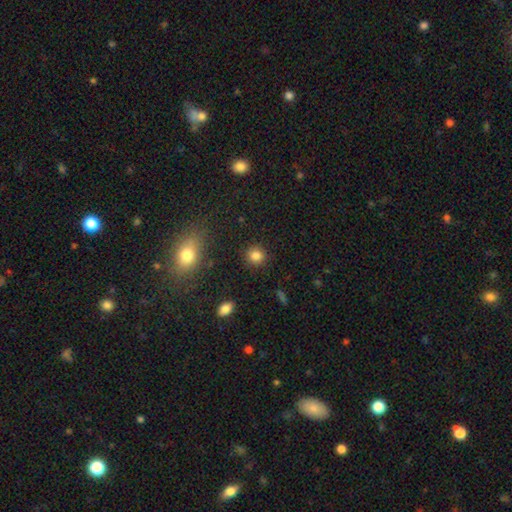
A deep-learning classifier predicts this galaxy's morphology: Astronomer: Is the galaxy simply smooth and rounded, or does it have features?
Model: smooth — 84%.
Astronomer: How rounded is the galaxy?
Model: round — 88%.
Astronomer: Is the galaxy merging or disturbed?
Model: none — 89%.